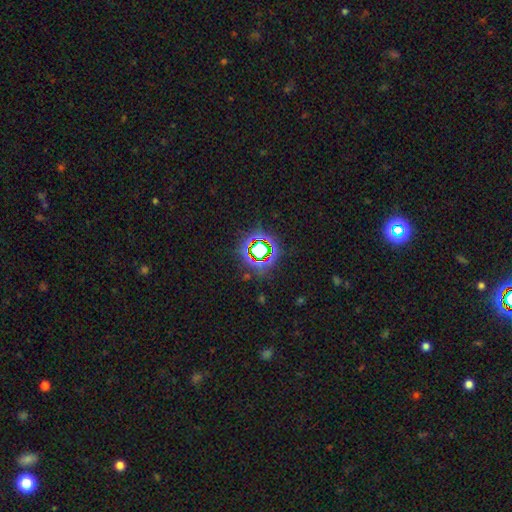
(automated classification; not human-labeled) Smooth or featured? star or artifact (71%)